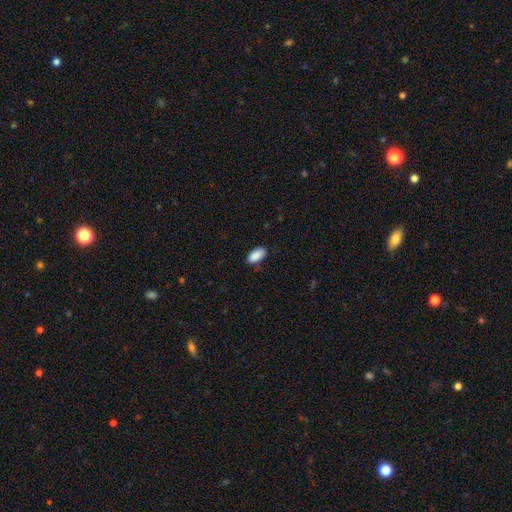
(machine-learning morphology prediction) A smooth galaxy with no disk features (89%) that is in between round and cigar-shaped (94%).

Vote fractions:
- Smooth or featured? smooth: 89% / star or artifact: 7% / featured or disk: 4%
- How rounded? in between: 94% / cigar-shaped: 4% / round: 2%
- Merging? none: 78% / minor disturbance: 17% / major disturbance: 3% / merger: 1%